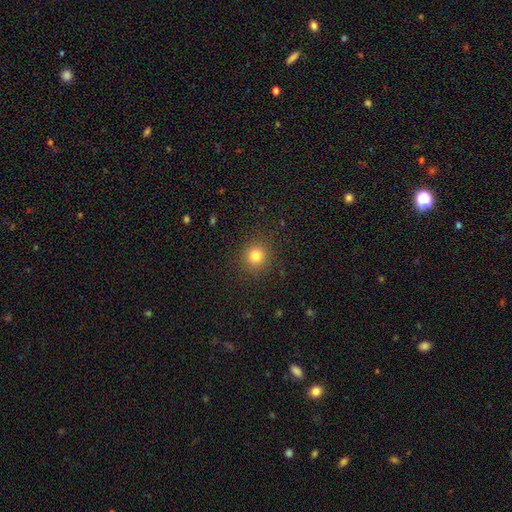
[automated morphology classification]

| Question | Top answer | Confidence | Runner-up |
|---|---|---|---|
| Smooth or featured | smooth | 80% | star or artifact (14%) |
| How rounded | round | 91% | in between (8%) |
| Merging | none | 90% | minor disturbance (7%) |